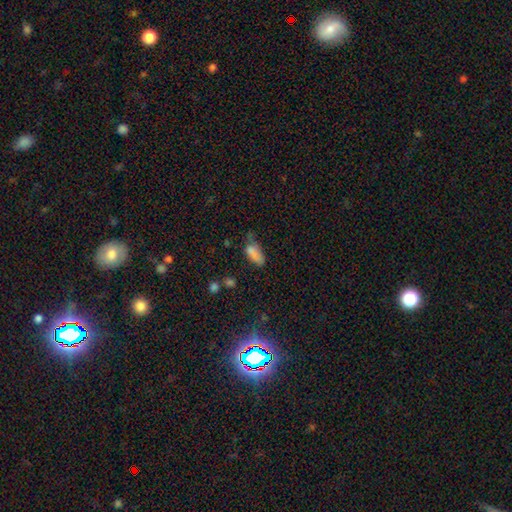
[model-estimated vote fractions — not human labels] Overall: smooth (81%). How rounded: in between (82%). Merging: minor disturbance (39%; none 36%).